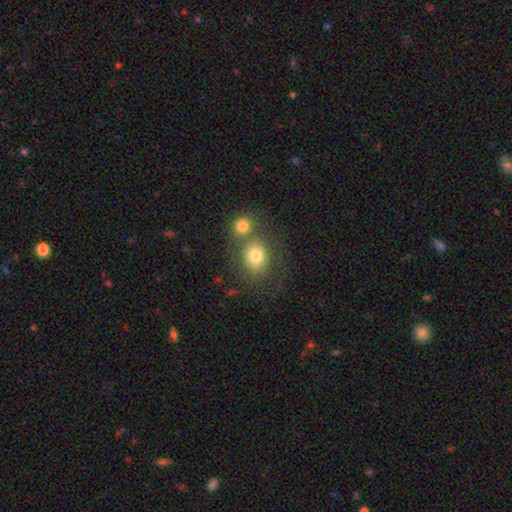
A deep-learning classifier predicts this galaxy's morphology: smooth_or_featured: smooth (p=0.77) [alt: featured or disk p=0.13]
how_rounded: round (p=0.57) [alt: in between p=0.42]
merging: none (p=0.48) [alt: merger p=0.36]